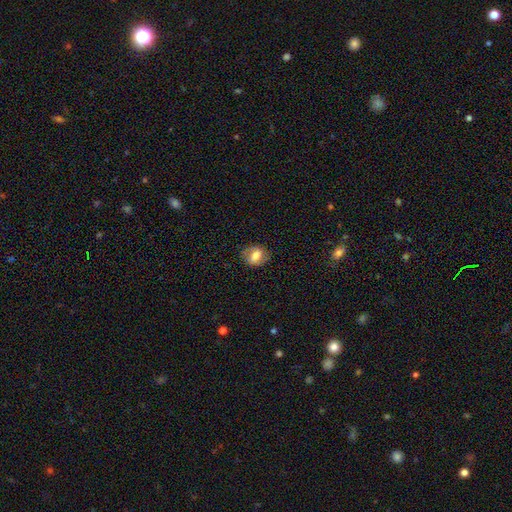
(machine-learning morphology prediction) This is possibly a smooth galaxy (54%). How rounded: possibly in between (54%). Merging: likely none (79%).